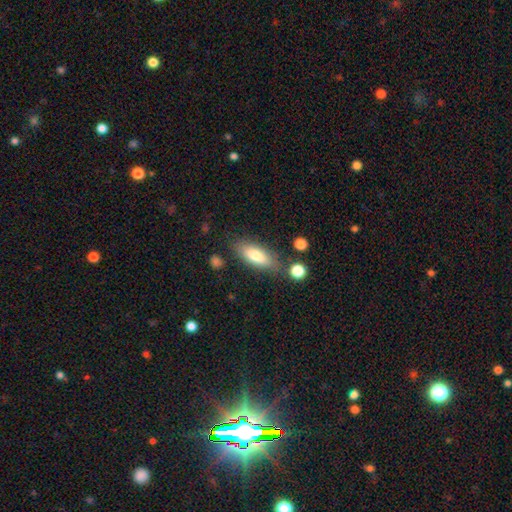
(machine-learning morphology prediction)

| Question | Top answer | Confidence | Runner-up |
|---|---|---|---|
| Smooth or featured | smooth | 75% | featured or disk (18%) |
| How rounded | in between | 69% | cigar-shaped (29%) |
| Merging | none | 76% | minor disturbance (15%) |